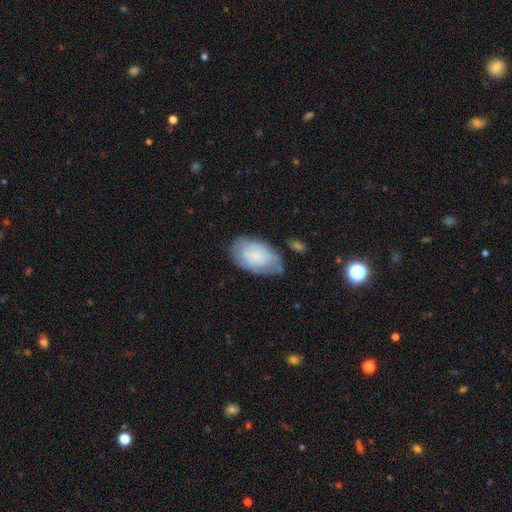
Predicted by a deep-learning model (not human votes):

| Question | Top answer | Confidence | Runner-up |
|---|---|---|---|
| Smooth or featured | smooth | 47% | featured or disk (46%) |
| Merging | none | 58% | minor disturbance (29%) |